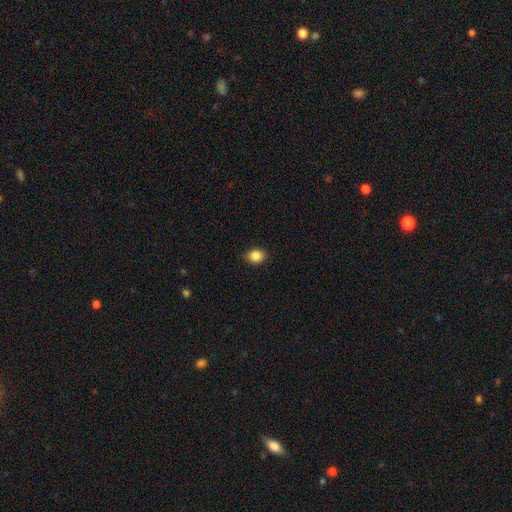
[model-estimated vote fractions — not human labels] Q: Smooth or featured?
A: smooth (86%); runner-up: star or artifact (10%)
Q: How rounded?
A: round (55%); runner-up: in between (44%)
Q: Merging?
A: none (90%); runner-up: minor disturbance (7%)